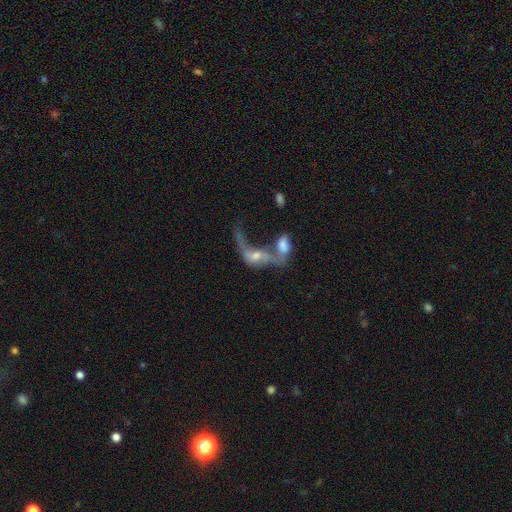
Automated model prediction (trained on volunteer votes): Overall: featured or disk (54%; smooth 34%). Edge-on disk: no (89%). Merging: merger (71%).